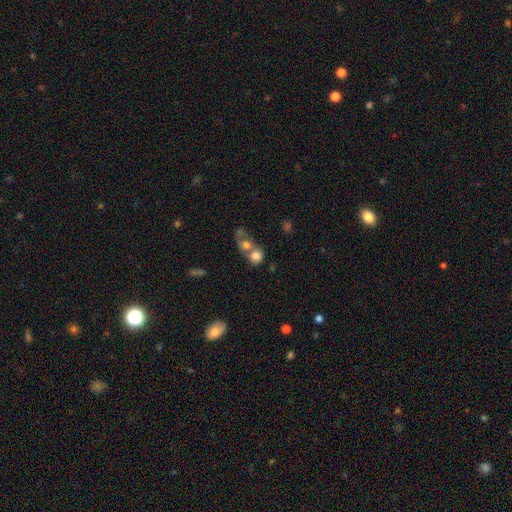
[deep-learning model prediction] Morphology: type=smooth (73%); roundness=round (71%); merging=merger (64%).